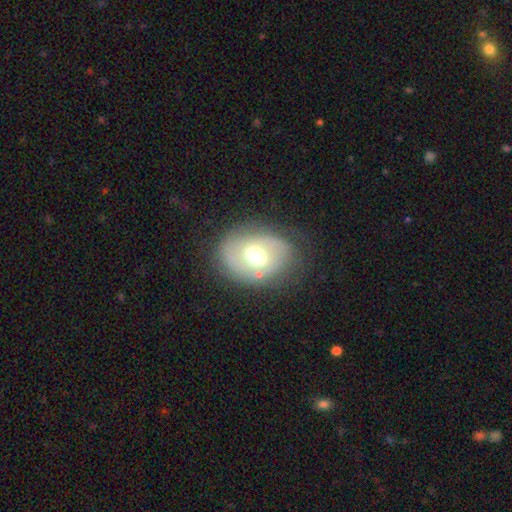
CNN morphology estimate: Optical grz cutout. It shows a featured or disk galaxy (53%) with no bar (47%), spiral arms (55%) and a moderate central bulge (68%). Merging: none (66%).